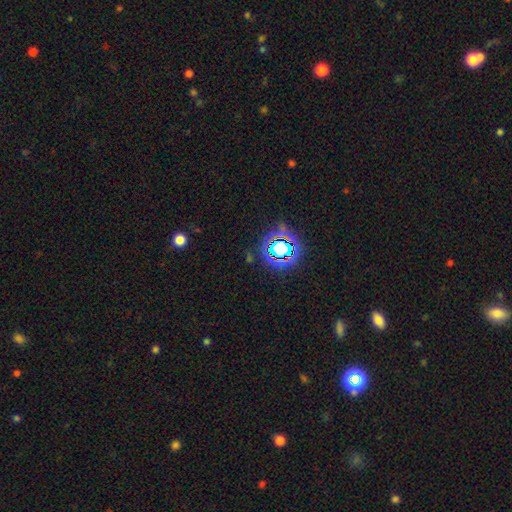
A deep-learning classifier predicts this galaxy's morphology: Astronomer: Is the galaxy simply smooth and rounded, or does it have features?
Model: star or artifact — 79%.